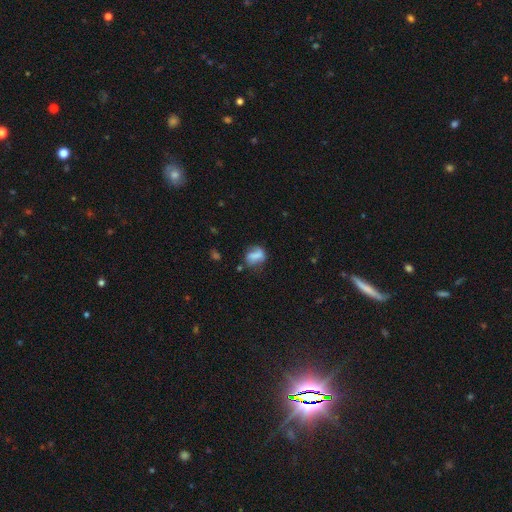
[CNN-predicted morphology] Smooth or featured?
  - smooth: 66% *
  - featured or disk: 23%
  - star or artifact: 10%
How rounded?
  - in between: 65% *
  - round: 28%
  - cigar-shaped: 8%
Merging?
  - none: 50% *
  - minor disturbance: 28%
  - major disturbance: 14%
  - merger: 7%